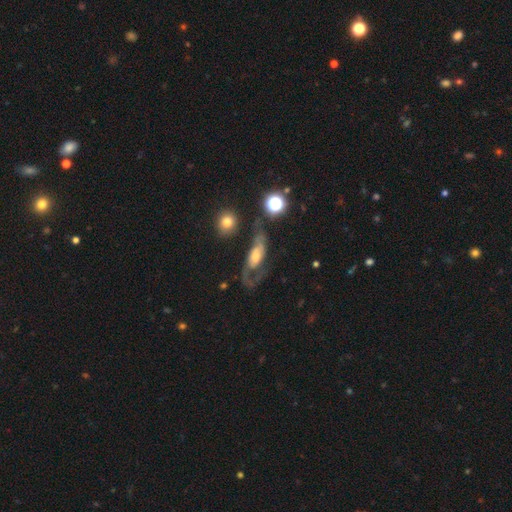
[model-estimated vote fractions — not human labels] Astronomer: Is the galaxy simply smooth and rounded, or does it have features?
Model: featured or disk — 71%.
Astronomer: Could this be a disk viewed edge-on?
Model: no — 84%.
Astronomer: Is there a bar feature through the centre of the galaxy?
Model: no — 59%.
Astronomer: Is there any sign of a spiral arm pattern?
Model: yes — 80%.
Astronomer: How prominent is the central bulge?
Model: moderate — 47% (runner-up: small, 28%).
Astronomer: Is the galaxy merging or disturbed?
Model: none — 43% (runner-up: major disturbance, 30%).